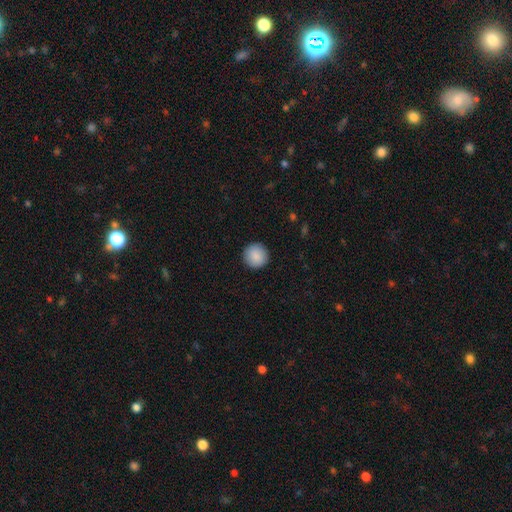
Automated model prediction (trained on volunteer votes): Morphology: type=smooth (90%); roundness=round (95%); merging=none (93%).